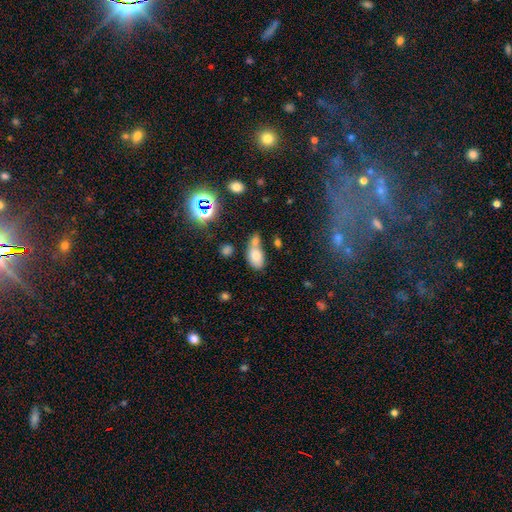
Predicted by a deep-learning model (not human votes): Morphology: type=smooth (73%); roundness=in between (88%); merging=merger (46%).